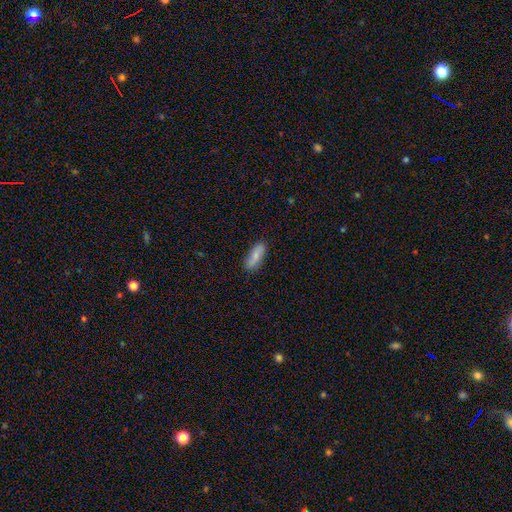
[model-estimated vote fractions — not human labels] This appears to be a smooth galaxy with no disk features (79%) that is in between round and cigar-shaped (64%). Merging: none (82%).